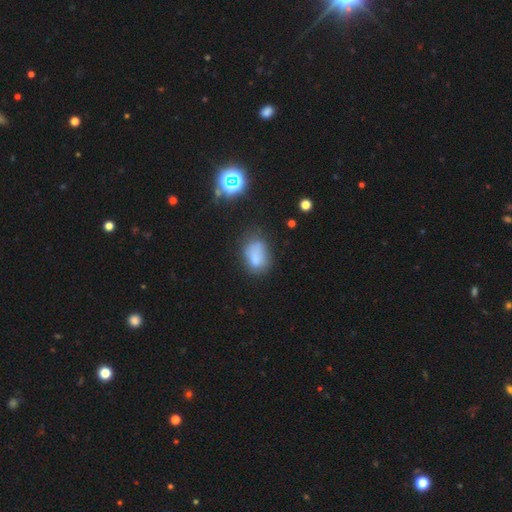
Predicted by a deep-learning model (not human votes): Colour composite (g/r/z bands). It shows a smooth galaxy with no disk features (74%) that is in between round and cigar-shaped (78%). Merging: none (47%).